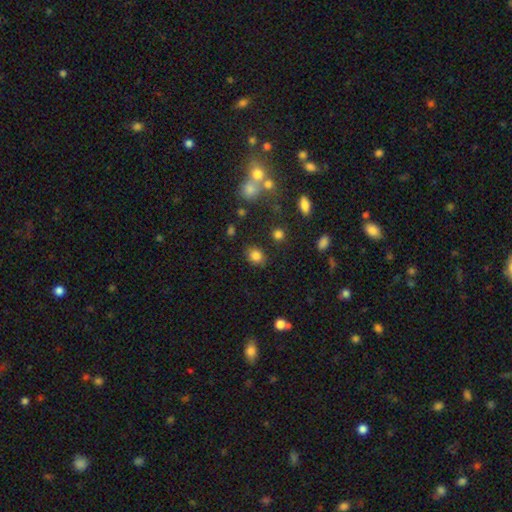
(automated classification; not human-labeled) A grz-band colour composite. It shows a smooth galaxy with no disk features (82%) that is round (57%). Merging: none (81%).